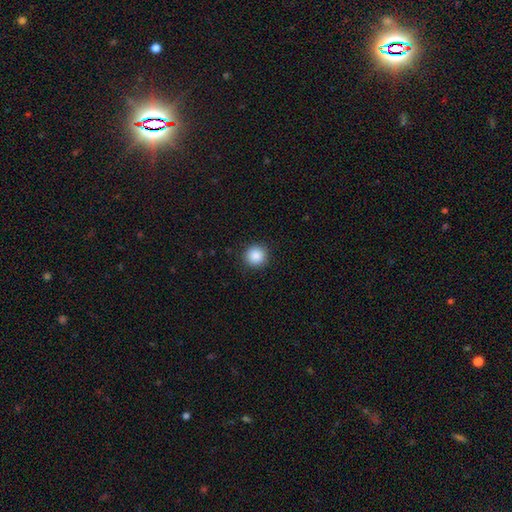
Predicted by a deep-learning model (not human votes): Smooth or featured? Predicted: smooth (p=0.88). How rounded? Predicted: round (p=0.94). Merging? Predicted: none (p=0.91).